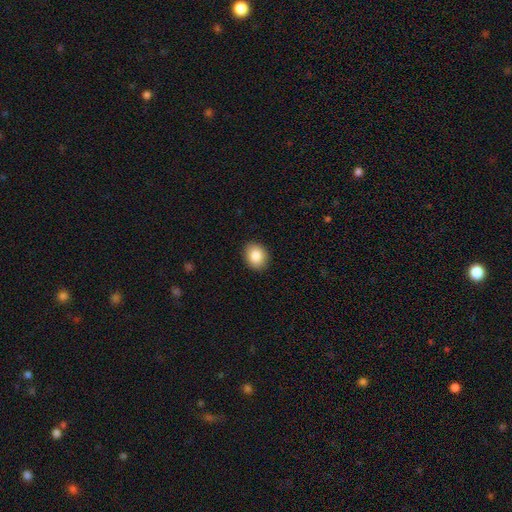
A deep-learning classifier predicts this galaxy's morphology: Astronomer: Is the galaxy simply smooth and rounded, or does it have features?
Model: smooth — 87%.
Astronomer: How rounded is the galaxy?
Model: in between — 51% (runner-up: round, 49%).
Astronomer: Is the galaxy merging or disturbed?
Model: none — 90%.